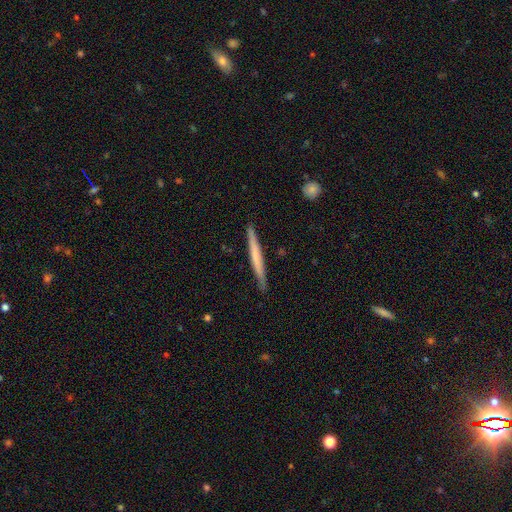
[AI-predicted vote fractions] smooth-or-featured: smooth: 50% | featured or disk: 45% | star or artifact: 5%
  how-rounded: cigar-shaped: 97% | in between: 2% | round: 1%
  merging: none: 88% | minor disturbance: 9% | major disturbance: 2% | merger: 1%